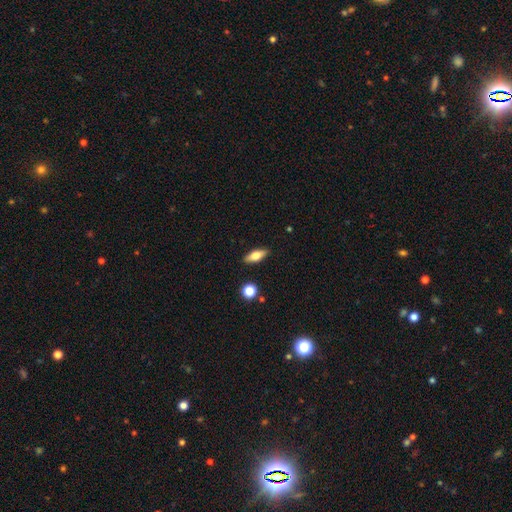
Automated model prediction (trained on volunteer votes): Overall: smooth (64%; featured or disk 28%). How rounded: in between (70%). Merging: none (89%).